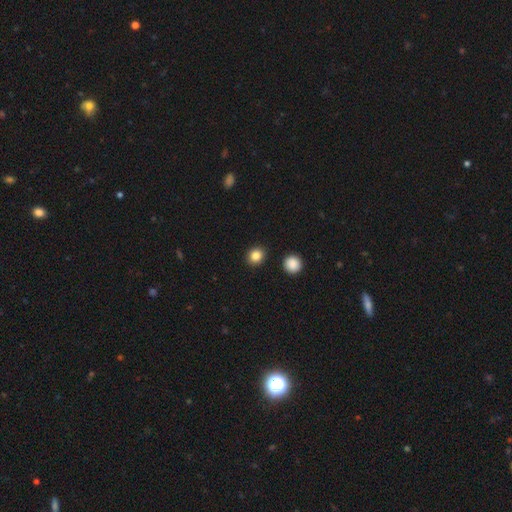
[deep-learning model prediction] This is clearly a smooth galaxy (85%). How rounded: clearly round (80%). Merging: clearly none (90%).